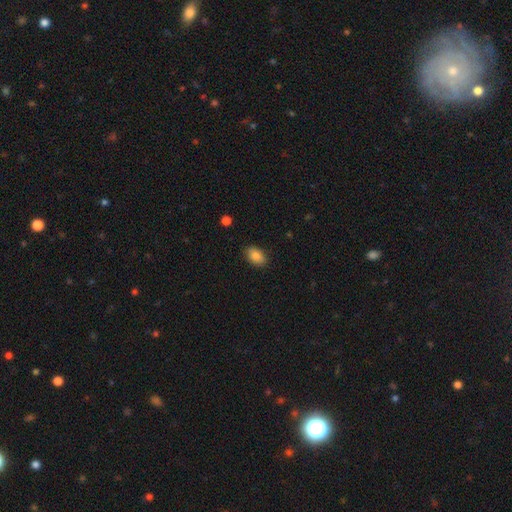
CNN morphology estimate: type=smooth (86%); roundness=in between (89%); merging=none (87%).